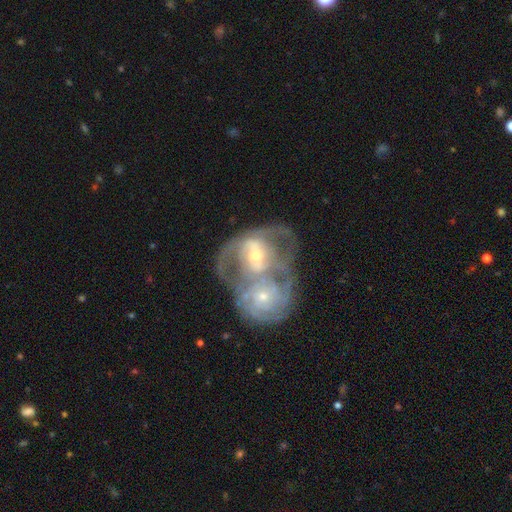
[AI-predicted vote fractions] Smooth or featured? Predicted: featured or disk (p=0.79). Edge-on disk? Predicted: no (p=0.96). Bar? Predicted: no (p=0.53). Spiral arms? Predicted: yes (p=0.74). Spiral winding? Predicted: tight (p=0.46). Spiral arm count? Predicted: can't tell (p=0.48). Bulge size? Predicted: small (p=0.53). Merging? Predicted: merger (p=0.78).